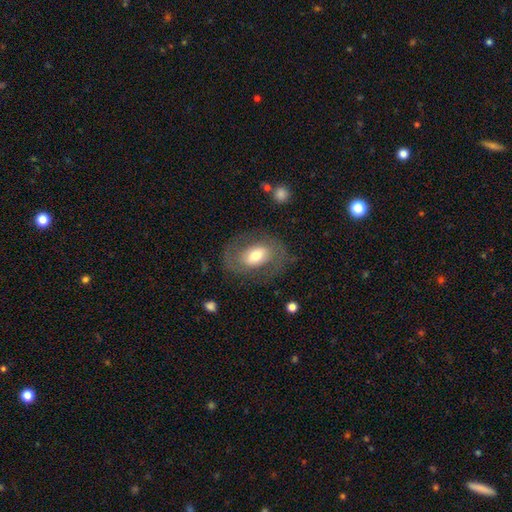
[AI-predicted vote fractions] Smooth or featured?
  - featured or disk: 55% *
  - smooth: 39%
  - star or artifact: 7%
Edge-on disk?
  - no: 94% *
  - yes: 6%
Bar?
  - no: 39% *
  - weak: 38%
  - strong: 23%
Spiral arms?
  - yes: 61% *
  - no: 39%
Bulge size?
  - moderate: 60% *
  - large: 21%
  - small: 14%
  - dominant: 2%
  - none: 1%
Merging?
  - none: 73% *
  - minor disturbance: 15%
  - major disturbance: 11%
  - merger: 1%